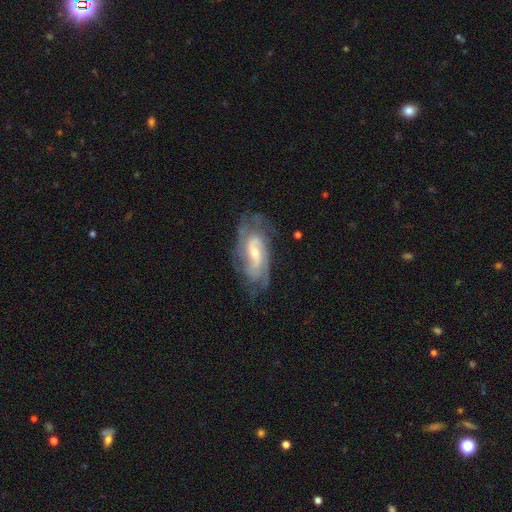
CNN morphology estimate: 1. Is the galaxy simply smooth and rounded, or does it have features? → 79% featured or disk, 14% smooth, 8% star or artifact.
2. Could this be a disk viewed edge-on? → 91% no, 9% yes.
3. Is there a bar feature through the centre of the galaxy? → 44% weak, 37% no, 18% strong.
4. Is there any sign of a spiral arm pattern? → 91% yes, 9% no.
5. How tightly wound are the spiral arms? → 51% tight, 37% medium, 12% loose.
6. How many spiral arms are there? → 38% can't tell, 28% 2, 16% 3, 10% 4, 4% 1, 4% more than 4.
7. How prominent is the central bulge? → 48% small, 46% moderate, 3% large, 2% none, 1% dominant.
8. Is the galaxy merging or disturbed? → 72% none, 18% minor disturbance, 8% major disturbance, 1% merger.